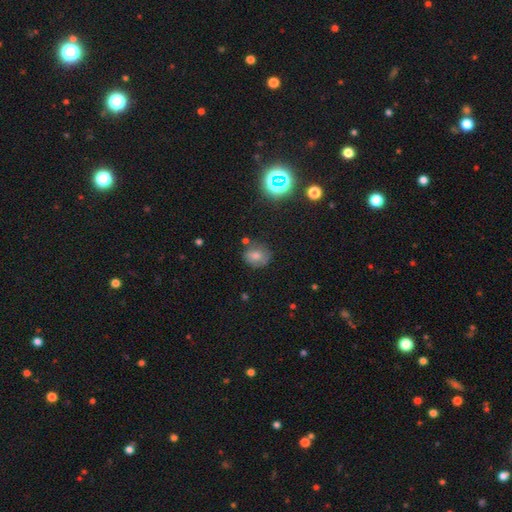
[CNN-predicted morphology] A smooth galaxy with no disk features (70%) that is round (61%).

Vote fractions:
- Smooth or featured? smooth: 70% / star or artifact: 15% / featured or disk: 14%
- How rounded? round: 61% / in between: 37% / cigar-shaped: 1%
- Merging? none: 69% / minor disturbance: 21% / major disturbance: 5% / merger: 5%